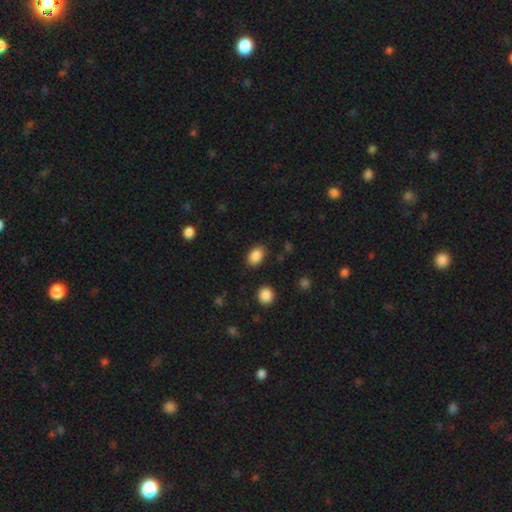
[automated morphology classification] This is clearly a smooth galaxy (87%). How rounded: clearly in between (80%). Merging: clearly none (85%).